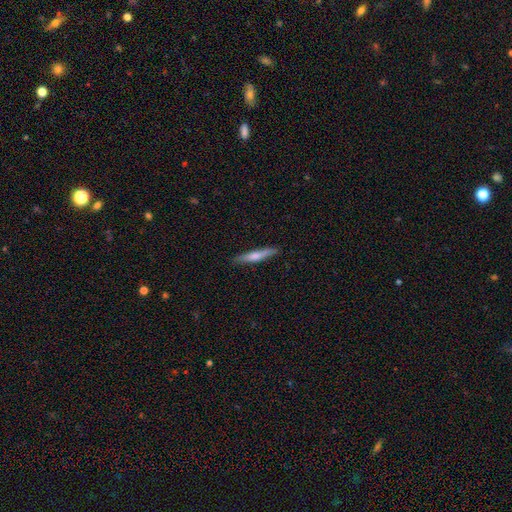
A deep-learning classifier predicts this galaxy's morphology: smooth-or-featured: smooth: 62% | featured or disk: 32% | star or artifact: 6%
  how-rounded: cigar-shaped: 92% | in between: 7% | round: 1%
  merging: none: 87% | minor disturbance: 10% | major disturbance: 2% | merger: 1%